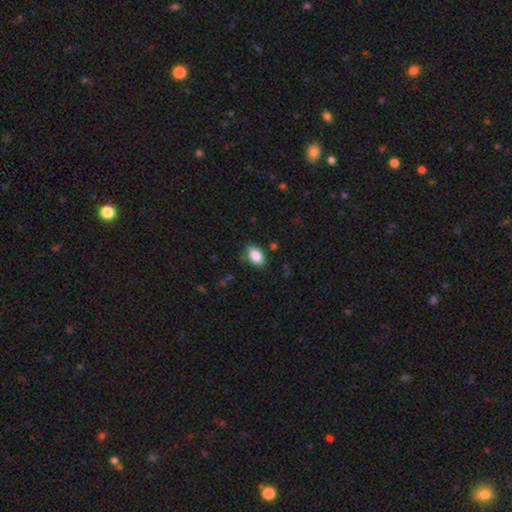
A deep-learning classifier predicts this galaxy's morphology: Smooth or featured? smooth (87%)
How rounded? in between (91%)
Merging? none (82%)